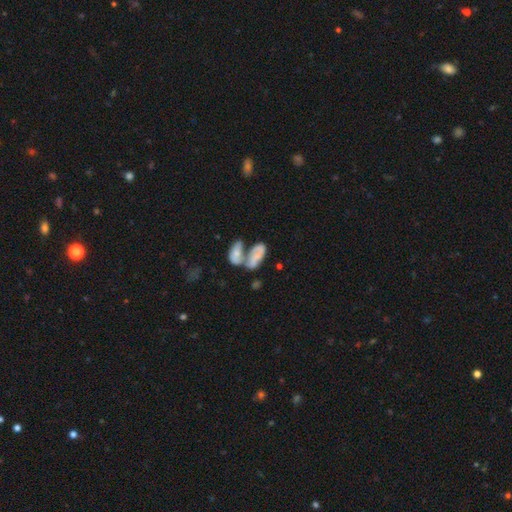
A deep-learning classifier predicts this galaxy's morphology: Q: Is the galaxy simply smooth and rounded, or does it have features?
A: smooth — 56%.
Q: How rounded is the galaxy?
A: in between — 90%.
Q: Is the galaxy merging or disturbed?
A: merger — 68%.